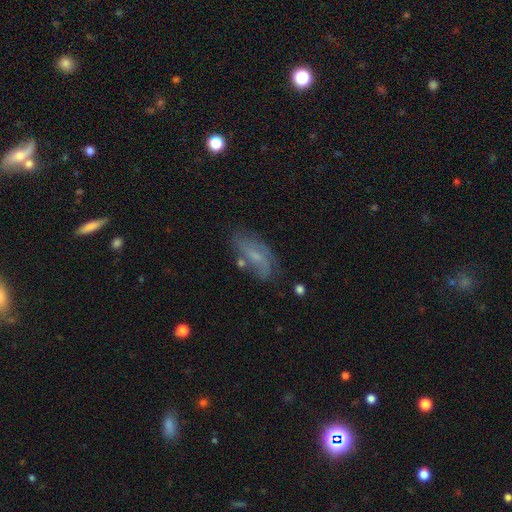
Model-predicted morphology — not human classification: featured or disk 49%, smooth 41%, star or artifact 10%. Down the decision tree: merging — none (61%).